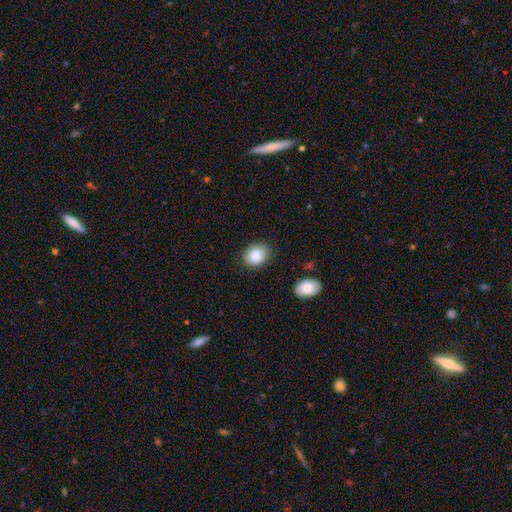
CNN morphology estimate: Overall: smooth (84%). How rounded: in between (61%; round 38%). Merging: none (82%).